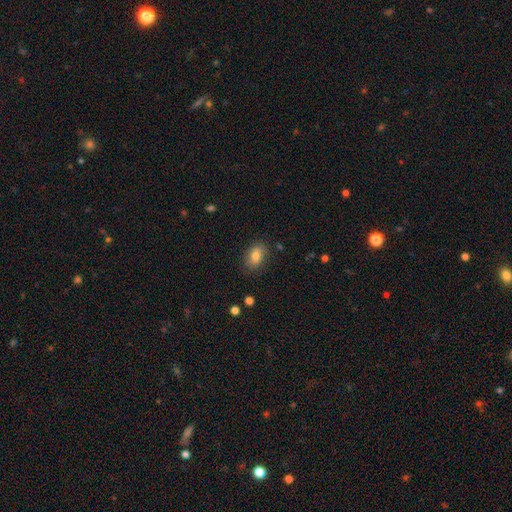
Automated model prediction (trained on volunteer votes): This appears to be a smooth galaxy with no disk features (79%) that is in between round and cigar-shaped (84%). Merging: none (83%).